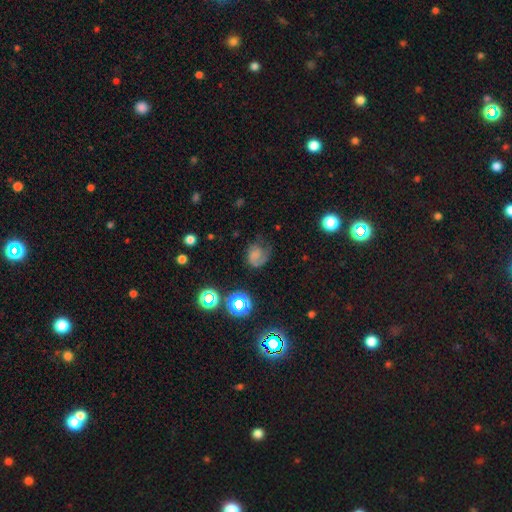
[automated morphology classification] Smooth or featured? smooth (48%)
Merging? none (42%)